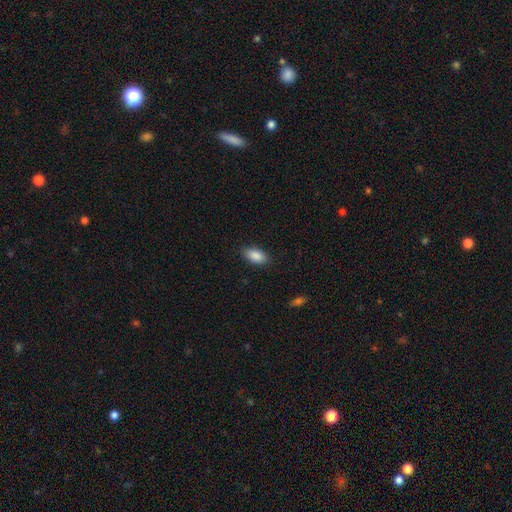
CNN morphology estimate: This is clearly a smooth galaxy (89%). How rounded: clearly in between (92%). Merging: clearly none (87%).